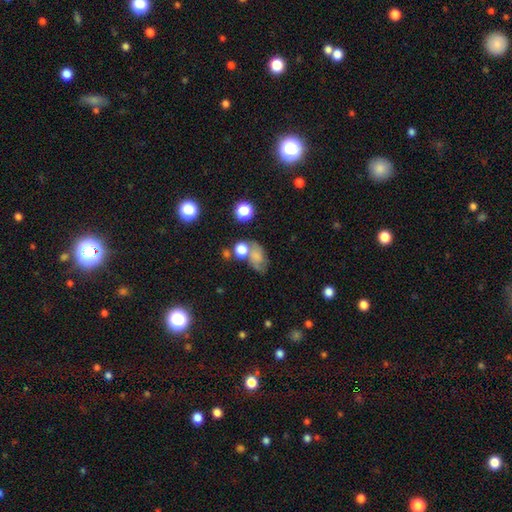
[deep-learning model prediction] Overall: smooth (59%; featured or disk 25%). How rounded: in between (70%). Merging: none (42%; minor disturbance 22%).